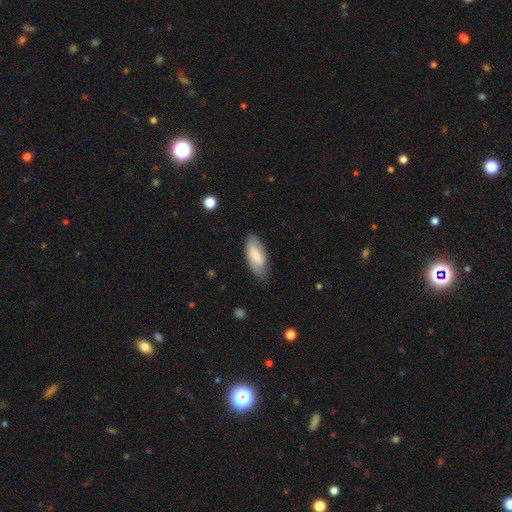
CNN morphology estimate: A smooth galaxy with no disk features (70%) that is in between round and cigar-shaped (84%).

Vote fractions:
- Smooth or featured? smooth: 70% / featured or disk: 24% / star or artifact: 6%
- How rounded? in between: 84% / cigar-shaped: 14% / round: 2%
- Merging? none: 69% / minor disturbance: 24% / major disturbance: 5% / merger: 1%